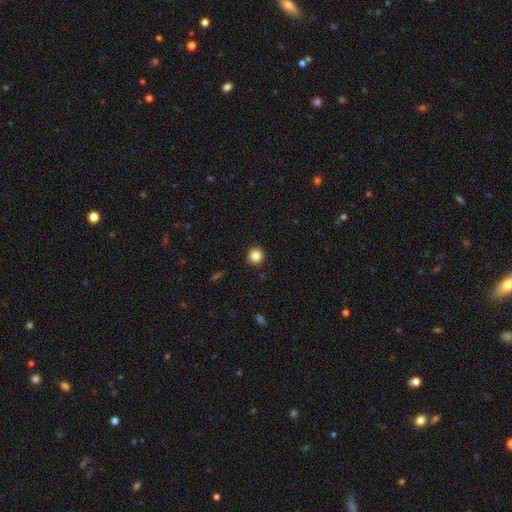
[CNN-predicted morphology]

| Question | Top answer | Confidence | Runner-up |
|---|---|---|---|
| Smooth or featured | smooth | 86% | star or artifact (10%) |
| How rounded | round | 94% | in between (5%) |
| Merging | none | 90% | minor disturbance (7%) |